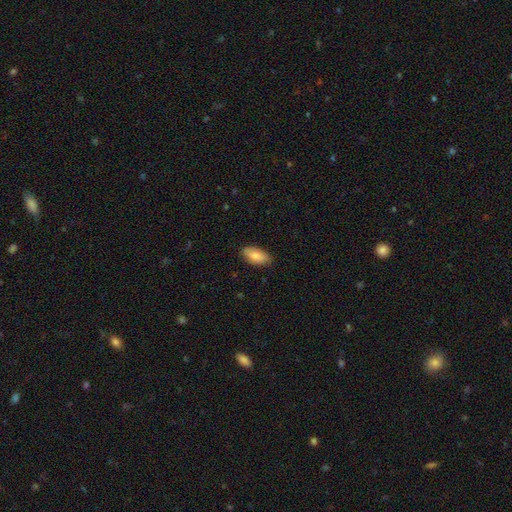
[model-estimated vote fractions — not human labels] Q: Smooth or featured?
A: smooth (85%); runner-up: featured or disk (9%)
Q: How rounded?
A: in between (91%); runner-up: cigar-shaped (7%)
Q: Merging?
A: none (84%); runner-up: minor disturbance (13%)